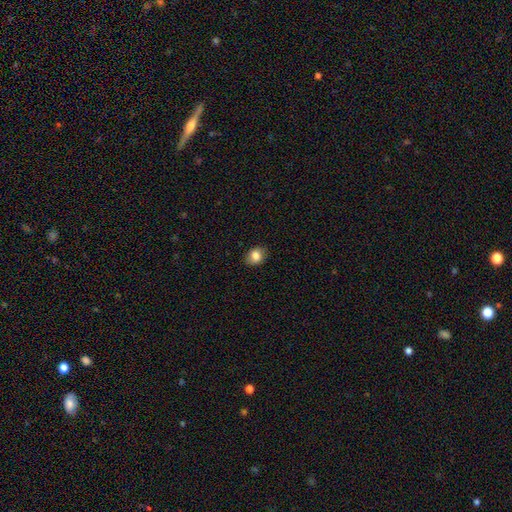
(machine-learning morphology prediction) This is clearly a smooth galaxy (83%). How rounded: possibly in between (59%). Merging: clearly none (86%).